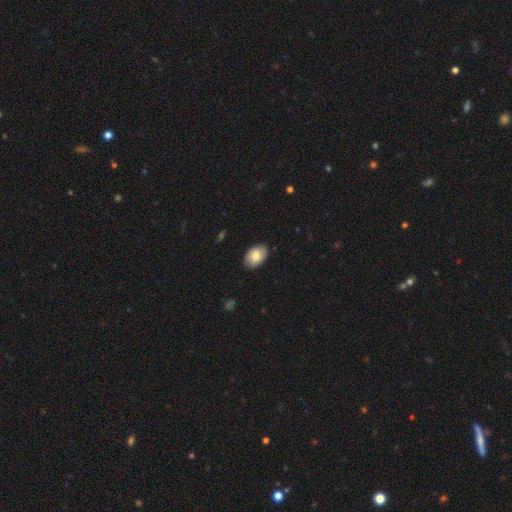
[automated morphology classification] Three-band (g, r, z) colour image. It shows a smooth galaxy with no disk features (79%) that is in between round and cigar-shaped (88%). Merging: none (84%).